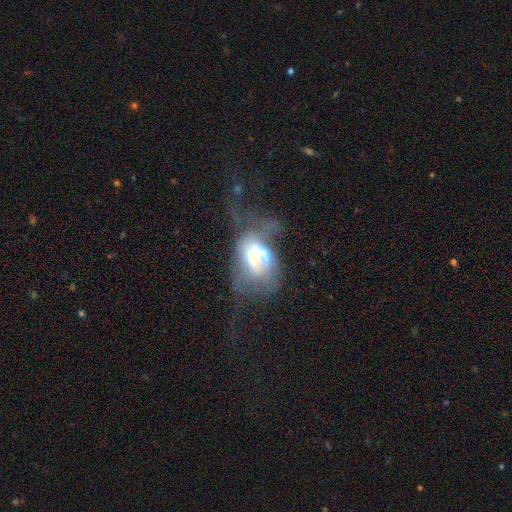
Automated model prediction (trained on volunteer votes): This appears to be a featured or disk galaxy (55%) with no bar (69%), no spiral arms (75%) and a moderate central bulge (43%). Merging: major disturbance (39%).